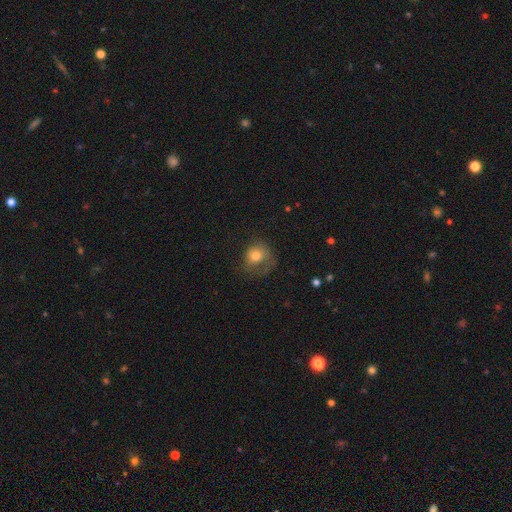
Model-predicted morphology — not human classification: smooth 69%, featured or disk 22%, star or artifact 10%. Down the decision tree: how rounded — round (73%); merging — none (38%).